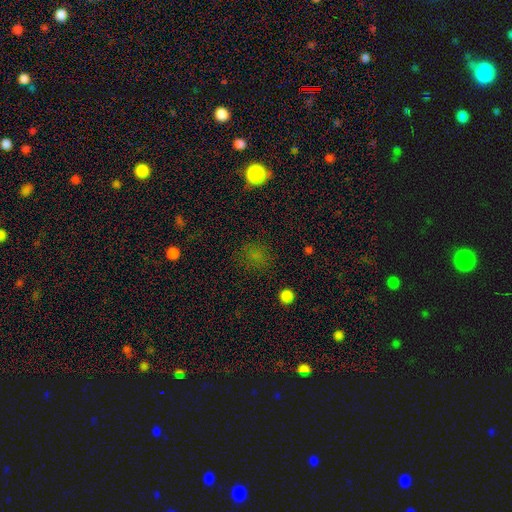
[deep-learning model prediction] Smooth or featured?
  - smooth: 64% *
  - star or artifact: 28%
  - featured or disk: 7%
How rounded?
  - round: 75% *
  - in between: 24%
  - cigar-shaped: 1%
Merging?
  - none: 77% *
  - minor disturbance: 14%
  - major disturbance: 7%
  - merger: 2%